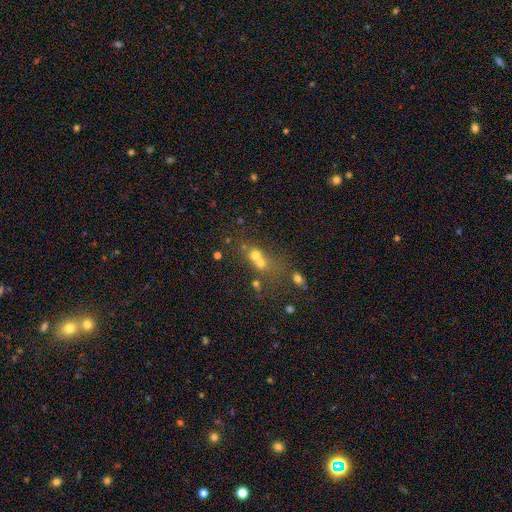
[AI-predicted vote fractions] This is possibly a smooth galaxy (60%). How rounded: likely round (77%). Merging: possibly merger (57%).